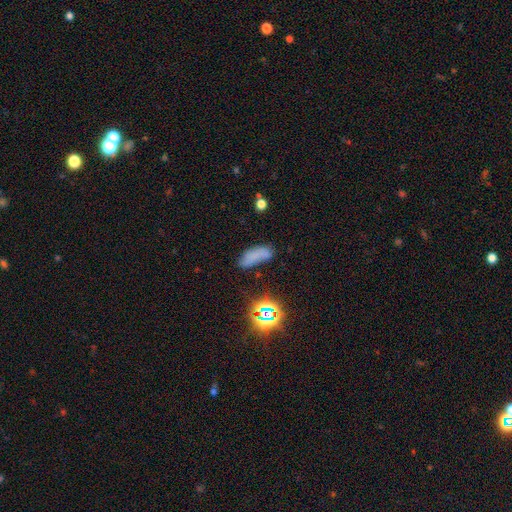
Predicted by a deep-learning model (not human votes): Q: Smooth or featured?
A: smooth (64%); runner-up: star or artifact (20%)
Q: How rounded?
A: in between (67%); runner-up: cigar-shaped (29%)
Q: Merging?
A: none (53%); runner-up: minor disturbance (27%)